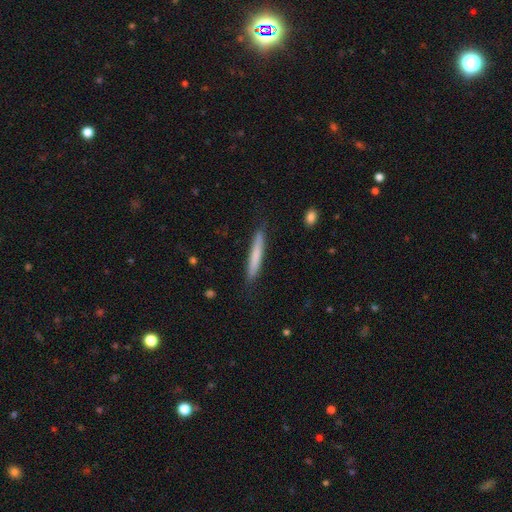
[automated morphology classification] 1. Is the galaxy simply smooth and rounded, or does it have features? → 72% smooth, 23% featured or disk, 6% star or artifact.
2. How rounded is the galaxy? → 96% cigar-shaped, 3% in between, 1% round.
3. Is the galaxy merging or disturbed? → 85% none, 12% minor disturbance, 2% major disturbance, 1% merger.